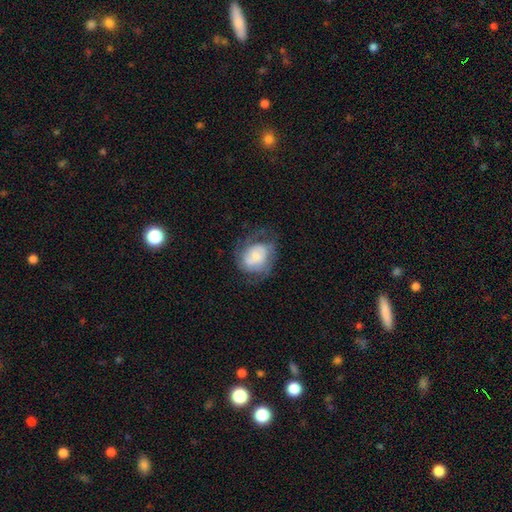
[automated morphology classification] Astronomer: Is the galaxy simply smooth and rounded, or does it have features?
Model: featured or disk — 54% (runner-up: smooth, 38%).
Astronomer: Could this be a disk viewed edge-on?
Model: no — 97%.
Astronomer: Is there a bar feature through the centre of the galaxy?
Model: no — 68%.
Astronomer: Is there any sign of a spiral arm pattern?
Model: yes — 74%.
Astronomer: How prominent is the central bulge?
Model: small — 44% (runner-up: moderate, 27%).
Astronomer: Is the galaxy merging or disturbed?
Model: none — 52%.